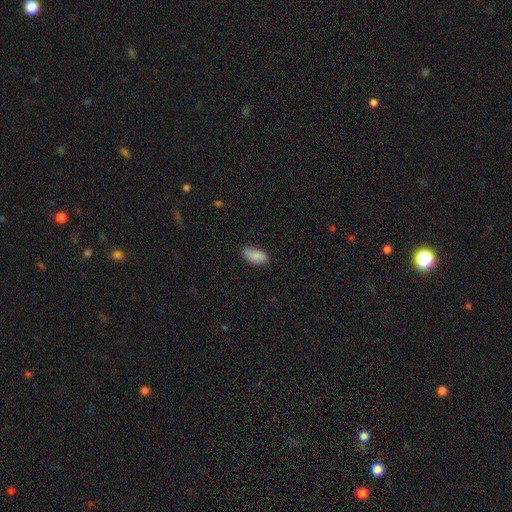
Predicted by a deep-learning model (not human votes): Q: Smooth or featured?
A: smooth (85%); runner-up: featured or disk (8%)
Q: How rounded?
A: in between (92%); runner-up: cigar-shaped (5%)
Q: Merging?
A: none (80%); runner-up: minor disturbance (16%)